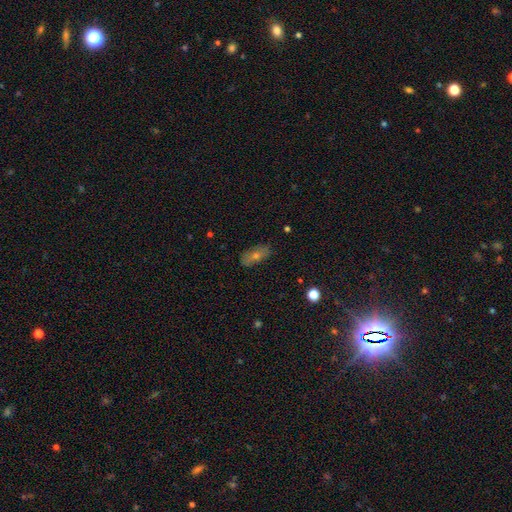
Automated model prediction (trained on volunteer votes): smooth 49%, featured or disk 35%, star or artifact 16%. Down the decision tree: merging — none (82%).